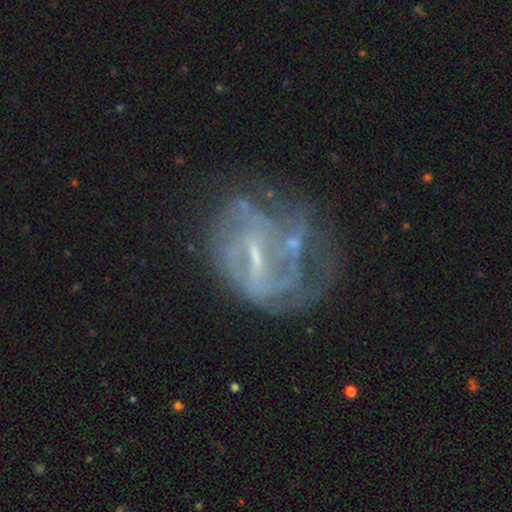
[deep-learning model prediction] The model was most divided on "merging": none: 38%, major disturbance: 33%, minor disturbance: 20%, merger: 8%. Remaining: edge-on disk — no (97%); smooth or featured — featured or disk (77%); spiral arms — yes (66%); bulge size — small (56%); bar — weak (48%).